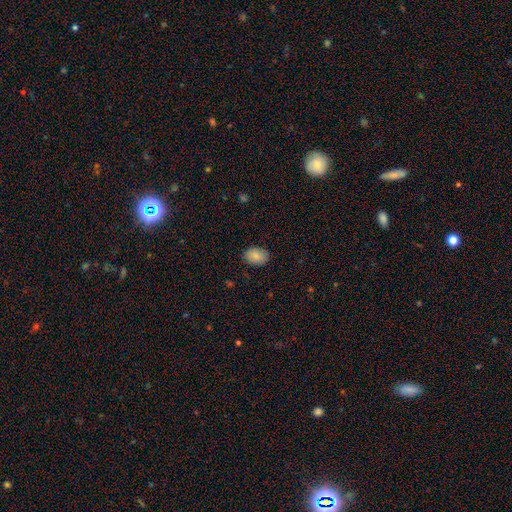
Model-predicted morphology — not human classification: Q: Smooth or featured?
A: smooth (88%); runner-up: star or artifact (7%)
Q: How rounded?
A: in between (79%); runner-up: round (20%)
Q: Merging?
A: none (86%); runner-up: minor disturbance (10%)